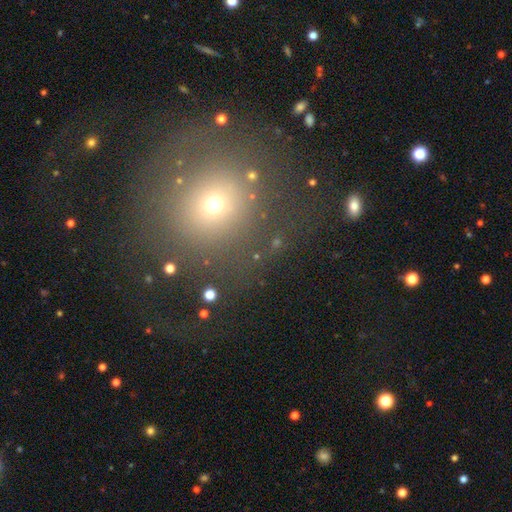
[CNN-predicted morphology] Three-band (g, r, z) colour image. It shows a smooth galaxy with no disk features (52%) that is round (90%). Merging: none (70%).